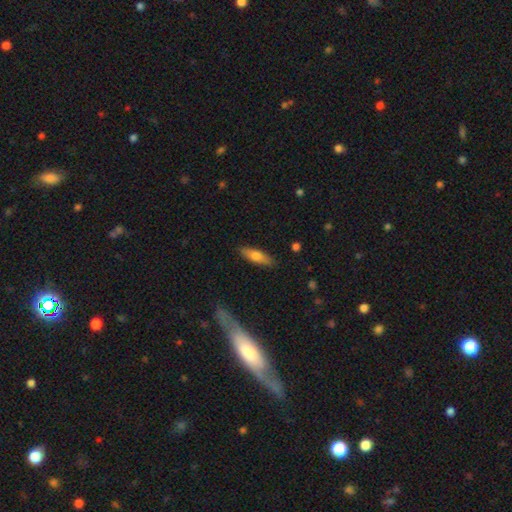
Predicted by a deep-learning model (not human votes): This appears to be a smooth galaxy with no disk features (69%) that is cigar-shaped (52%). Merging: none (87%).